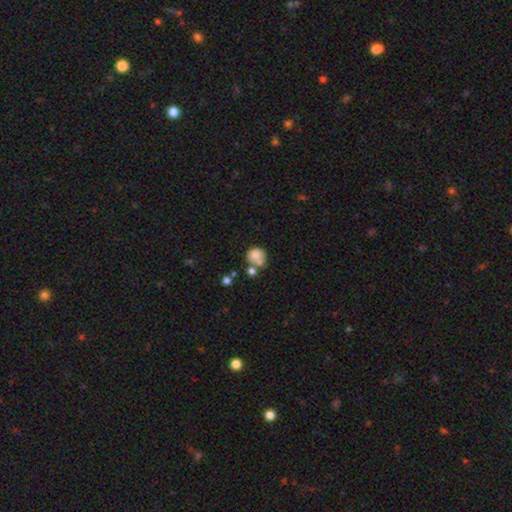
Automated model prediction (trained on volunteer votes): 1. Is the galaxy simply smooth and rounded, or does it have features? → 73% smooth, 17% featured or disk, 10% star or artifact.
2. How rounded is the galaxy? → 80% round, 19% in between, 1% cigar-shaped.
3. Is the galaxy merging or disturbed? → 41% none, 36% merger, 16% minor disturbance, 8% major disturbance.